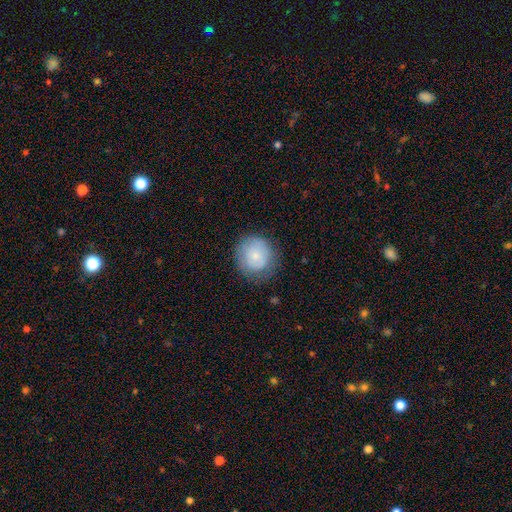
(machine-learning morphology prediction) Smooth or featured: smooth — 75% (featured or disk — 18%)
How rounded: round — 88% (in between — 11%)
Merging: none — 76% (minor disturbance — 17%)